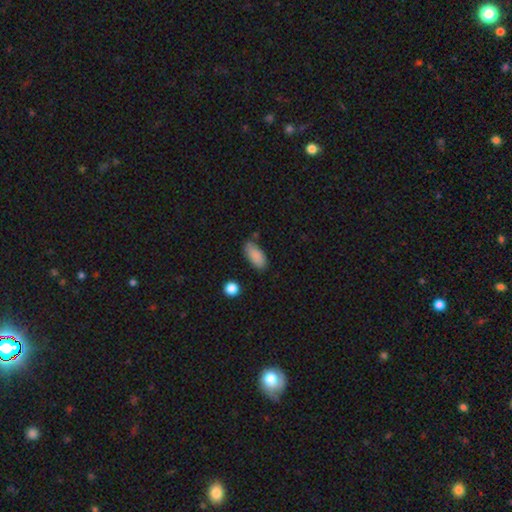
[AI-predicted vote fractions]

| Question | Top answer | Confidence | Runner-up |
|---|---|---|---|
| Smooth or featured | smooth | 87% | star or artifact (7%) |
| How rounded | in between | 88% | cigar-shaped (10%) |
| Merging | none | 70% | minor disturbance (21%) |